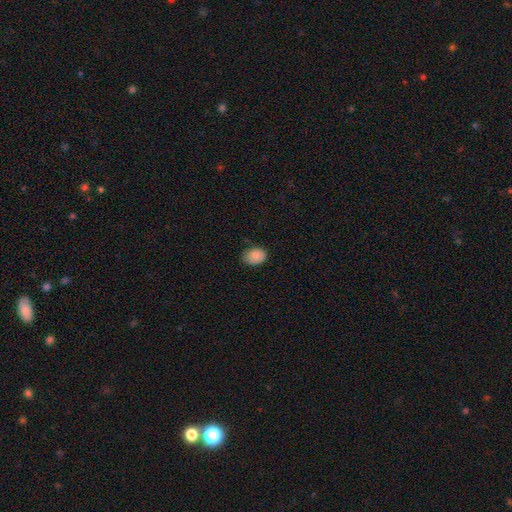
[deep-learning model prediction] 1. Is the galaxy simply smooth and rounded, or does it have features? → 87% smooth, 8% star or artifact, 5% featured or disk.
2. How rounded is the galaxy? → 71% in between, 28% round, 1% cigar-shaped.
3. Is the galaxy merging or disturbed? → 72% none, 23% minor disturbance, 4% major disturbance, 1% merger.